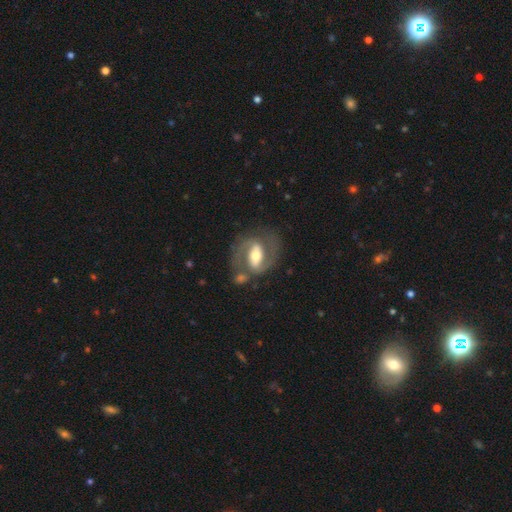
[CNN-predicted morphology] This is clearly a featured or disk galaxy (82%). It is clearly not viewed edge-on (96%). Bar: possibly strong (51%). Spiral arm pattern: clearly yes (89%). Spiral arm count: clearly 2 (89%). Spiral winding: possibly medium (56%). Central bulge: likely moderate (63%). Merging: likely none (67%).